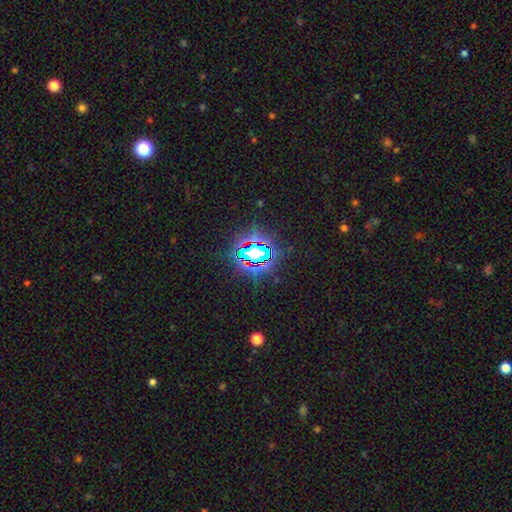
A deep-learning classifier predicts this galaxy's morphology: This is likely a star or artifact rather than a galaxy (79%).